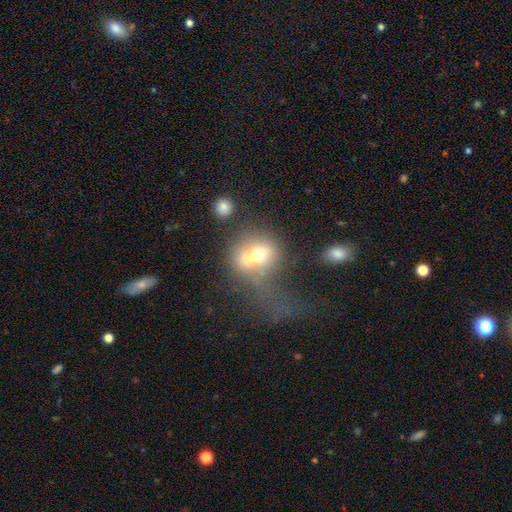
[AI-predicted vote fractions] A smooth galaxy with no disk features (56%) that is round (49%).

Vote fractions:
- Smooth or featured? smooth: 56% / featured or disk: 32% / star or artifact: 12%
- How rounded? round: 49% / in between: 47% / cigar-shaped: 4%
- Merging? major disturbance: 48% / none: 23% / minor disturbance: 15% / merger: 14%